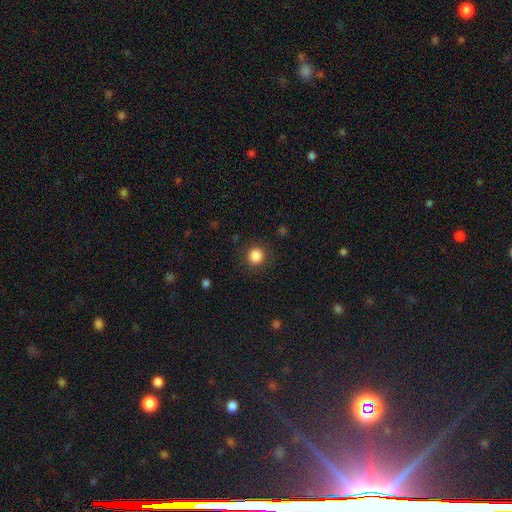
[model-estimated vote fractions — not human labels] The model was most divided on "smooth or featured": smooth: 86%, star or artifact: 10%, featured or disk: 4%. More confident: how rounded — round (91%); merging — none (89%).